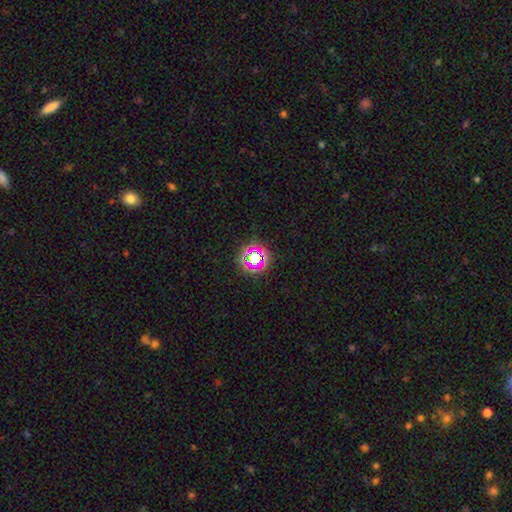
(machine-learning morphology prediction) Smooth or featured? Predicted: star or artifact (p=0.62).